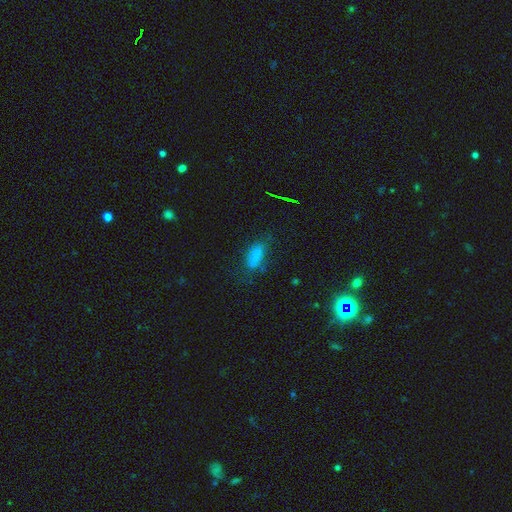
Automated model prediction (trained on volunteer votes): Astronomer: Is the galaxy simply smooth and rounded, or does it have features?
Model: smooth — 71%.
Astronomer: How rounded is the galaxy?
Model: in between — 82%.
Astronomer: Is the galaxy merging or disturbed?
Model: none — 51% (runner-up: minor disturbance, 26%).